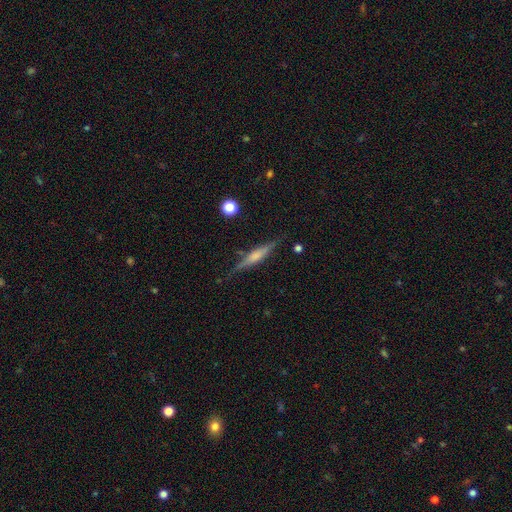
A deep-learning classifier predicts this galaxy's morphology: Smooth or featured: featured or disk — 62% (smooth — 30%)
Edge-on disk: yes — 96% (no — 4%)
Edge-on bulge: rounded — 59% (boxy — 26%)
Merging: none — 83% (minor disturbance — 12%)